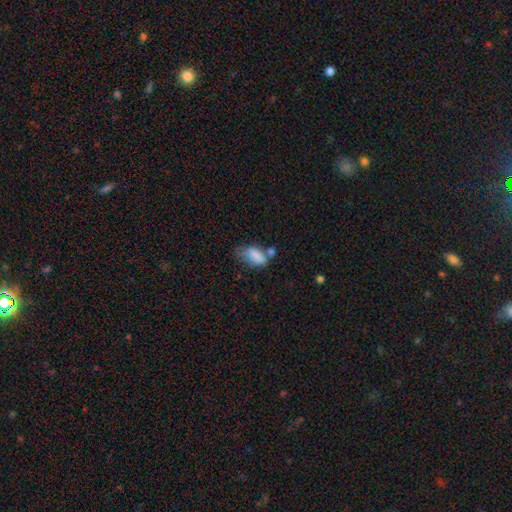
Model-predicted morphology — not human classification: Q: Smooth or featured?
A: smooth (78%); runner-up: featured or disk (12%)
Q: How rounded?
A: in between (88%); runner-up: cigar-shaped (7%)
Q: Merging?
A: minor disturbance (31%); runner-up: none (28%)